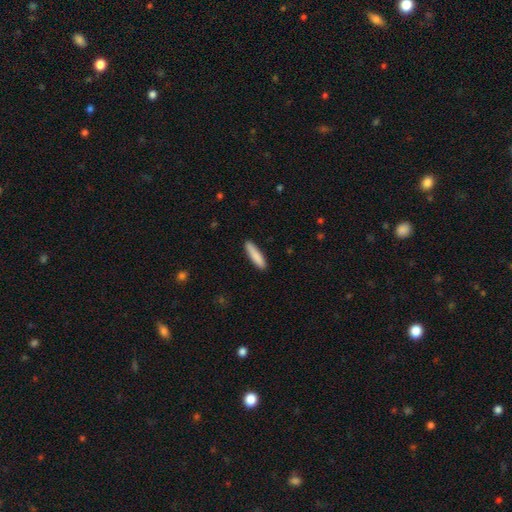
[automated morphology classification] This is clearly a smooth galaxy (86%). How rounded: clearly cigar-shaped (83%). Merging: clearly none (88%).